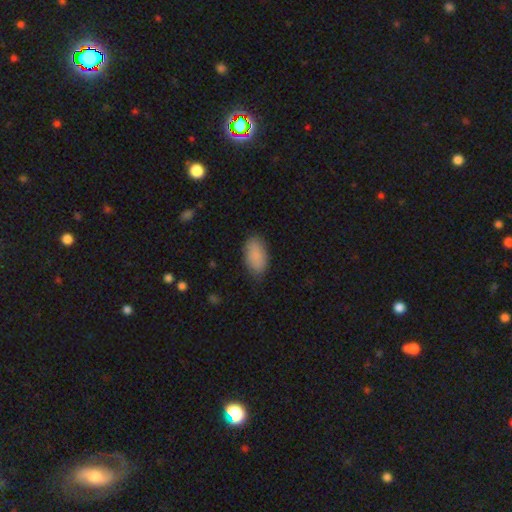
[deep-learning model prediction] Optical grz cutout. It shows a smooth galaxy with no disk features (88%) that is in between round and cigar-shaped (93%). Merging: none (80%).